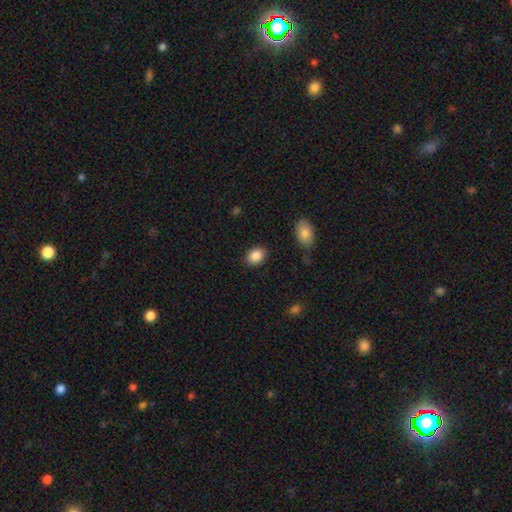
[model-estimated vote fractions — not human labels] This appears to be a smooth galaxy with no disk features (87%) that is in between round and cigar-shaped (76%). Merging: none (87%).